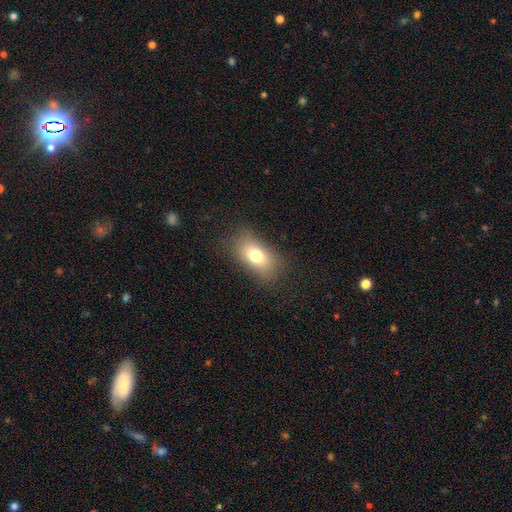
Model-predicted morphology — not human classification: type=smooth (75%); roundness=in between (86%); merging=none (81%).